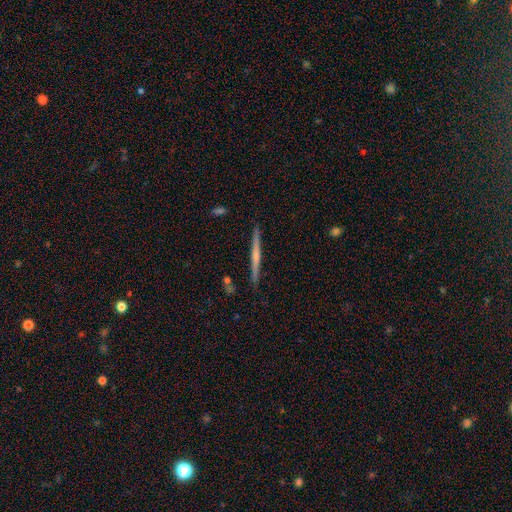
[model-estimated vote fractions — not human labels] Smooth or featured: featured or disk — 62% (smooth — 32%)
Edge-on disk: yes — 98% (no — 2%)
Edge-on bulge: none — 49% (rounded — 43%)
Merging: none — 91% (minor disturbance — 7%)